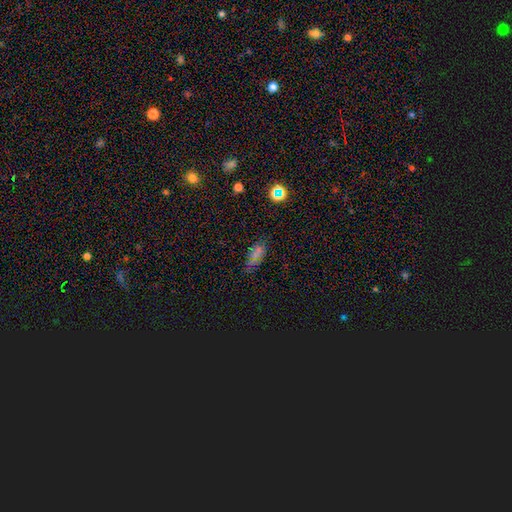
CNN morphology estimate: Smooth or featured? star or artifact (43%)